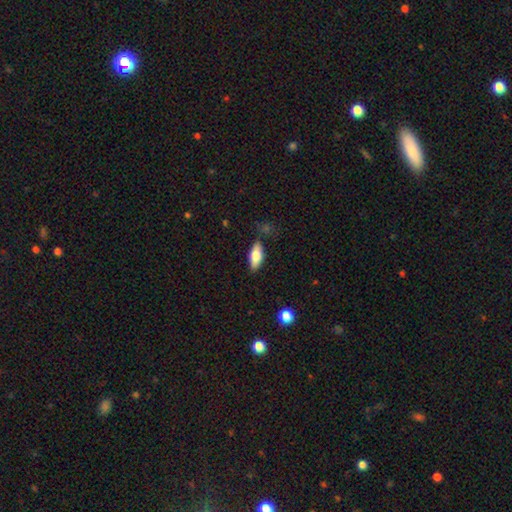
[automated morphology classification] Overall: smooth (72%). How rounded: in between (81%). Merging: none (80%).